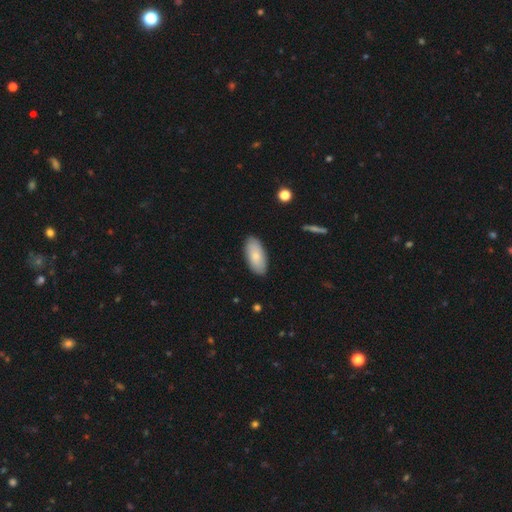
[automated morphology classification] Smooth or featured? smooth (80%)
How rounded? in between (92%)
Merging? none (87%)